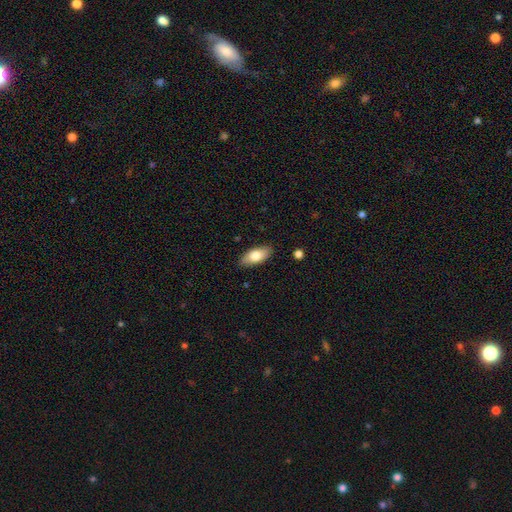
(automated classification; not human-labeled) smooth_or_featured: smooth (p=0.77) [alt: featured or disk p=0.17]
how_rounded: in between (p=0.87) [alt: cigar-shaped p=0.10]
merging: none (p=0.87) [alt: minor disturbance p=0.09]